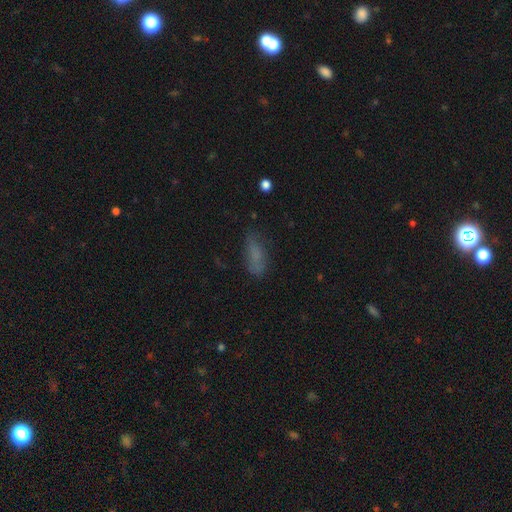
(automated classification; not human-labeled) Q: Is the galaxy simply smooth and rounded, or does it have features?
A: smooth — 69%.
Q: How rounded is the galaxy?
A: in between — 65%.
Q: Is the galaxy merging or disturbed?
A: none — 62%.